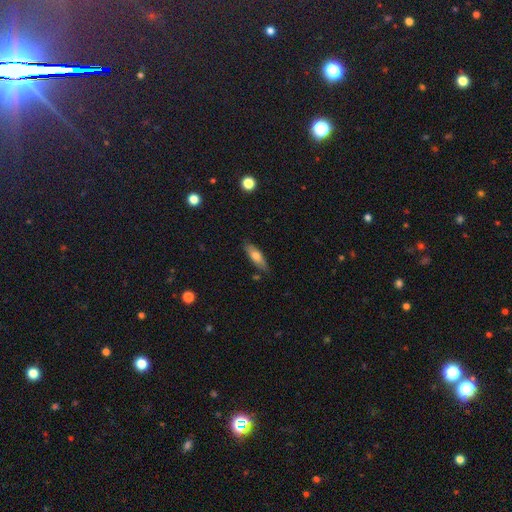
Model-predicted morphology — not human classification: smooth 69%, featured or disk 24%, star or artifact 7%. Down the decision tree: how rounded — in between (58%); merging — none (81%).